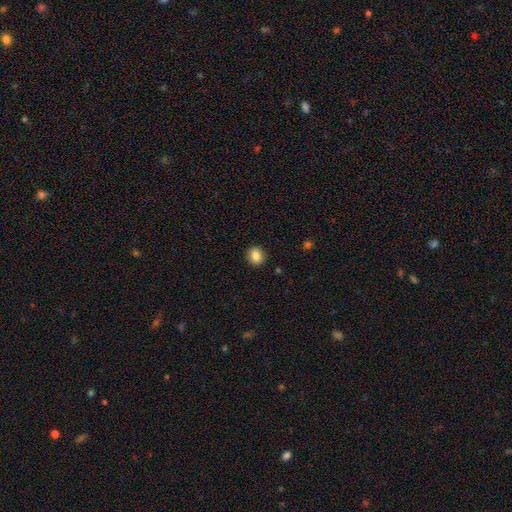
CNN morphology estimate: Smooth or featured? smooth (86%)
How rounded? round (69%)
Merging? none (90%)